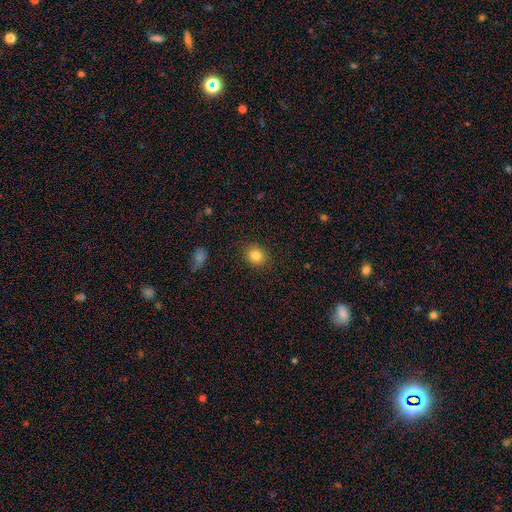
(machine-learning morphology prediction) Q: Smooth or featured?
A: smooth (83%); runner-up: star or artifact (11%)
Q: How rounded?
A: round (76%); runner-up: in between (23%)
Q: Merging?
A: none (90%); runner-up: minor disturbance (7%)